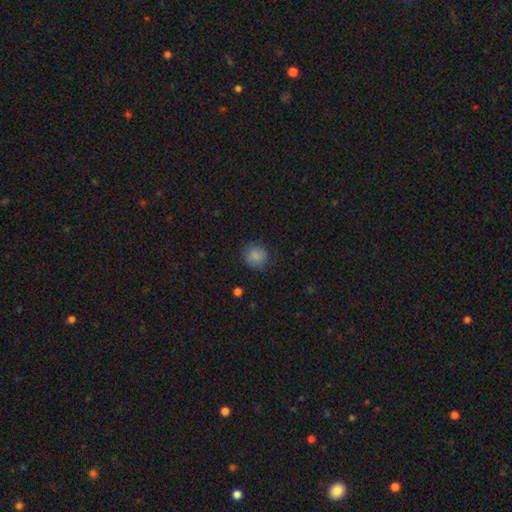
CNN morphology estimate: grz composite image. It shows a smooth galaxy with no disk features (86%) that is round (86%). Merging: none (82%).